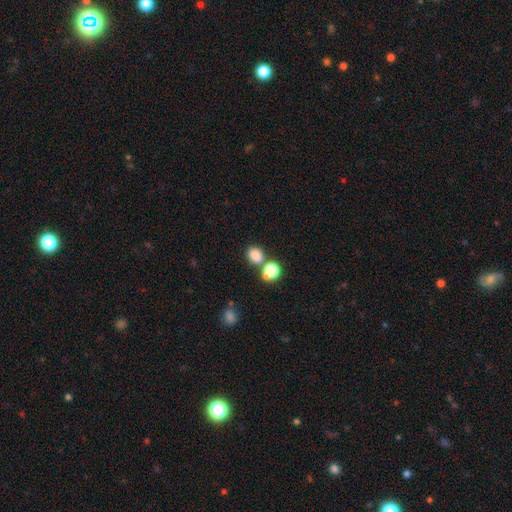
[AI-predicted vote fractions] This is clearly a smooth galaxy (81%). How rounded: possibly round (51%). Merging: likely none (62%).